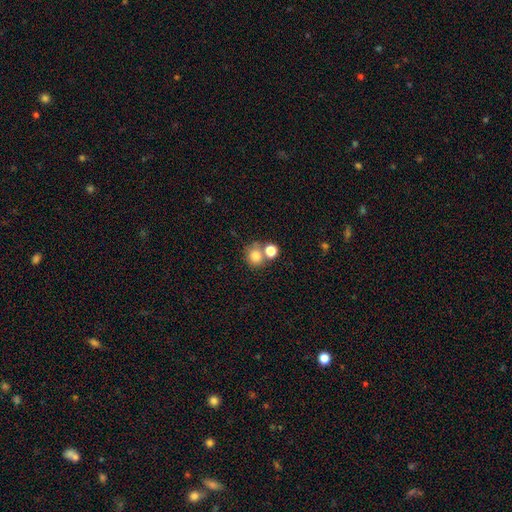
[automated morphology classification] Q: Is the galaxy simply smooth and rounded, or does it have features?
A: smooth — 79%.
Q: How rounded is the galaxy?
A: round — 81%.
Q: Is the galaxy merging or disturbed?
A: none — 52%.